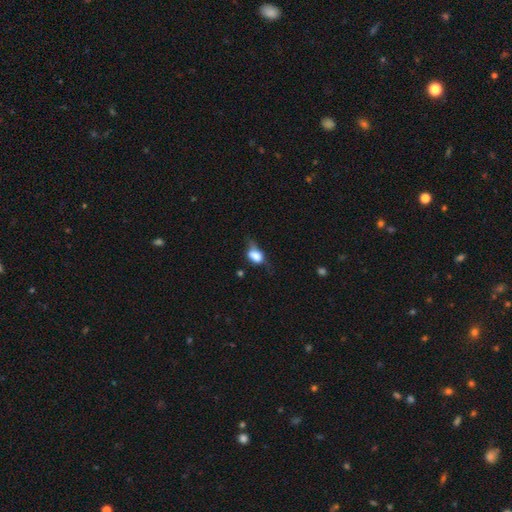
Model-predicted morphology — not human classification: Smooth or featured: smooth — 66% (featured or disk — 24%)
How rounded: in between — 73% (round — 22%)
Merging: none — 34% (minor disturbance — 32%)